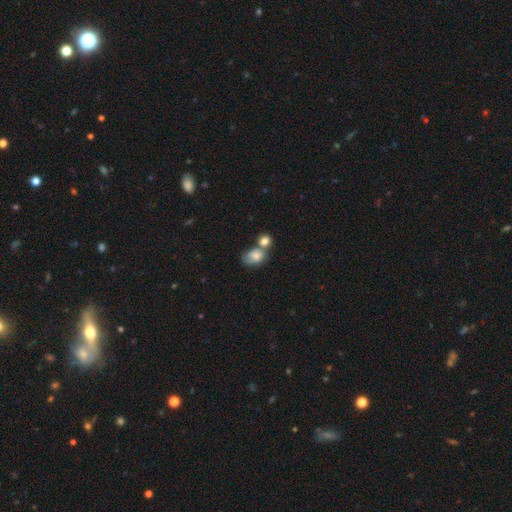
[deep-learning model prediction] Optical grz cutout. It shows a smooth galaxy with no disk features (75%) that is in between round and cigar-shaped (65%). Merging: merger (47%).